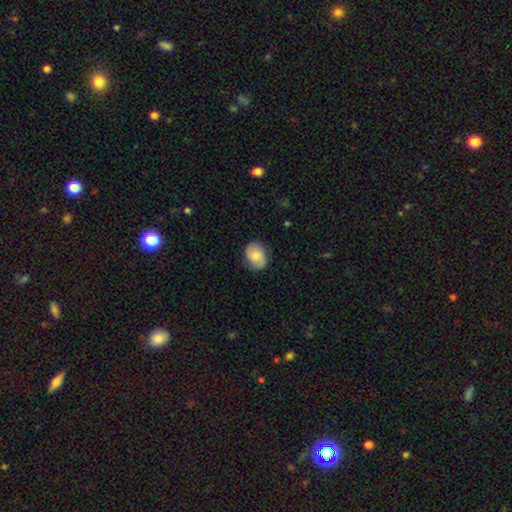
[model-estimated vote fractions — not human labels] smooth-or-featured: smooth: 65% | featured or disk: 28% | star or artifact: 7%
  how-rounded: in between: 60% | round: 39% | cigar-shaped: 1%
  merging: none: 78% | minor disturbance: 17% | major disturbance: 4% | merger: 1%